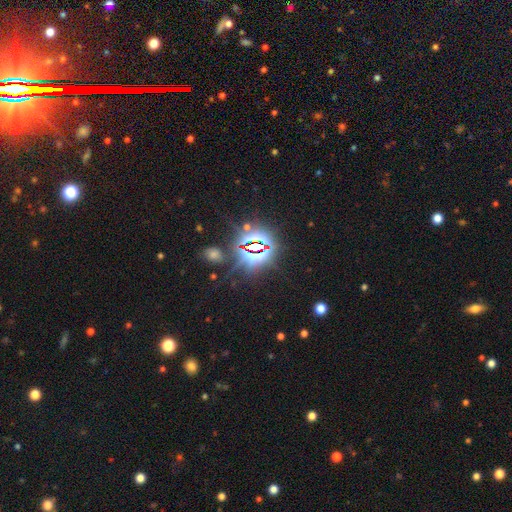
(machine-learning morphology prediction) smooth-or-featured: star or artifact: 84% | smooth: 9% | featured or disk: 7%